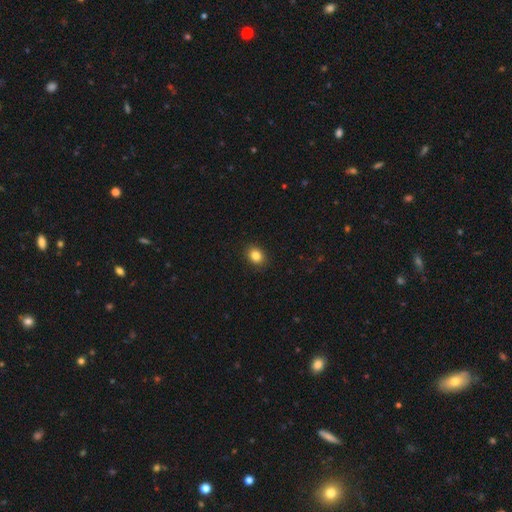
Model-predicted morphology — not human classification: smooth 85%, star or artifact 10%, featured or disk 5%. Down the decision tree: how rounded — in between (50%); merging — none (90%).